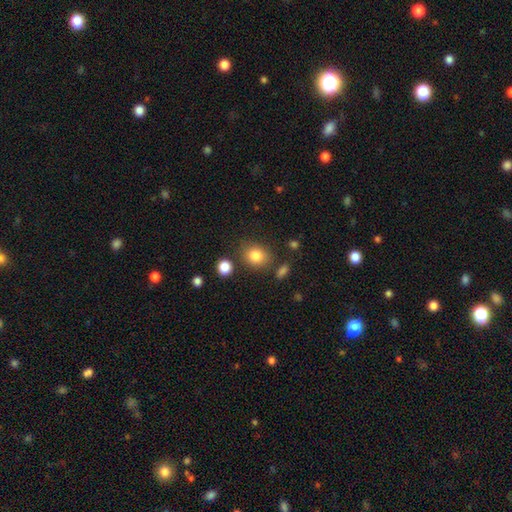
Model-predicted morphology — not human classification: Smooth or featured? Predicted: smooth (p=0.83). How rounded? Predicted: round (p=0.67). Merging? Predicted: none (p=0.79).